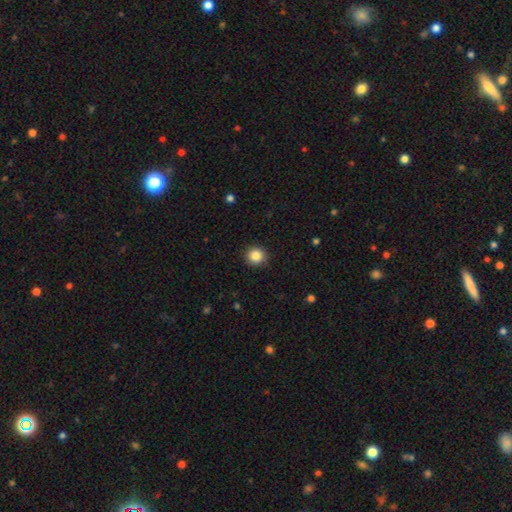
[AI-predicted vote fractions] Smooth or featured: smooth — 86% (star or artifact — 10%)
How rounded: round — 92% (in between — 7%)
Merging: none — 91% (minor disturbance — 6%)